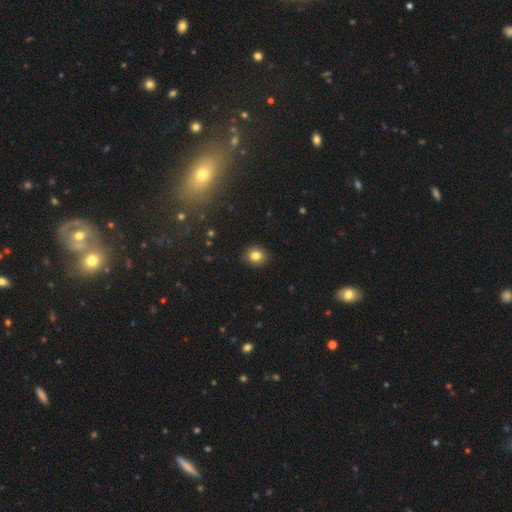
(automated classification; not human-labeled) Morphology: type=smooth (82%); roundness=round (68%); merging=none (89%).